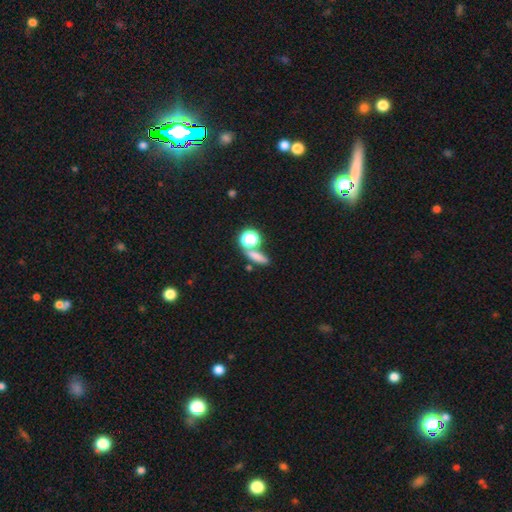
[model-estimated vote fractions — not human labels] Q: Smooth or featured?
A: smooth (71%); runner-up: star or artifact (18%)
Q: How rounded?
A: cigar-shaped (37%); runner-up: in between (35%)
Q: Merging?
A: none (63%); runner-up: merger (22%)